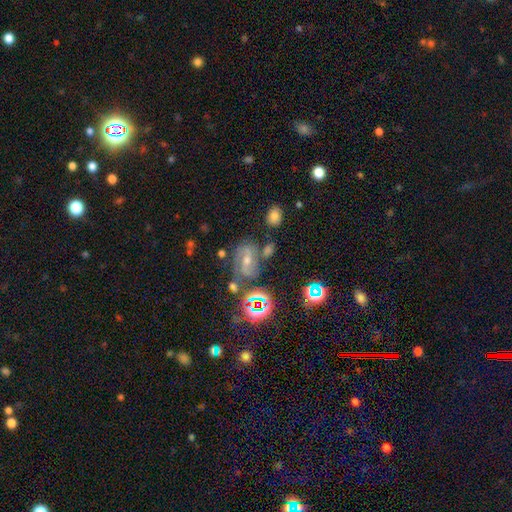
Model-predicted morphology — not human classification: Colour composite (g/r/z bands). It shows a featured or disk galaxy (42%). Merging: none (61%).